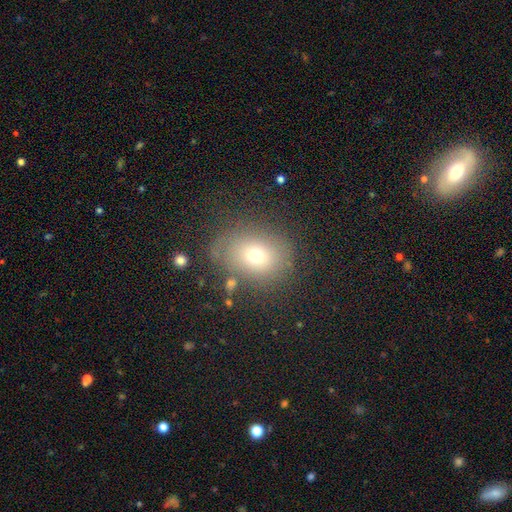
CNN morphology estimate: Q: Smooth or featured?
A: smooth (69%); runner-up: star or artifact (16%)
Q: How rounded?
A: round (58%); runner-up: in between (41%)
Q: Merging?
A: none (75%); runner-up: minor disturbance (15%)